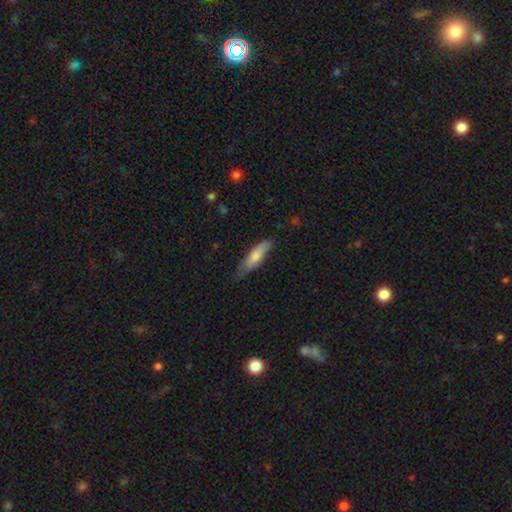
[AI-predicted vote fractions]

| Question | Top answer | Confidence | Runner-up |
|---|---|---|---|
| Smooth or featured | smooth | 67% | featured or disk (27%) |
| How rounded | cigar-shaped | 69% | in between (29%) |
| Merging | none | 75% | minor disturbance (21%) |